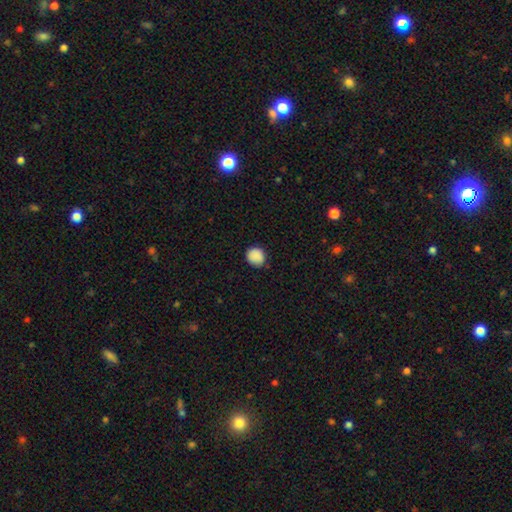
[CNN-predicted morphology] Smooth or featured? Predicted: smooth (p=0.88). How rounded? Predicted: round (p=0.86). Merging? Predicted: none (p=0.81).